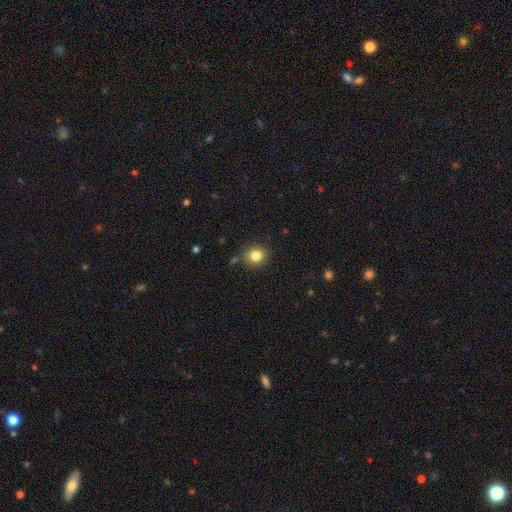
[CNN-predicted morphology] A smooth galaxy with no disk features (82%) that is round (83%). Merging: none (85%).